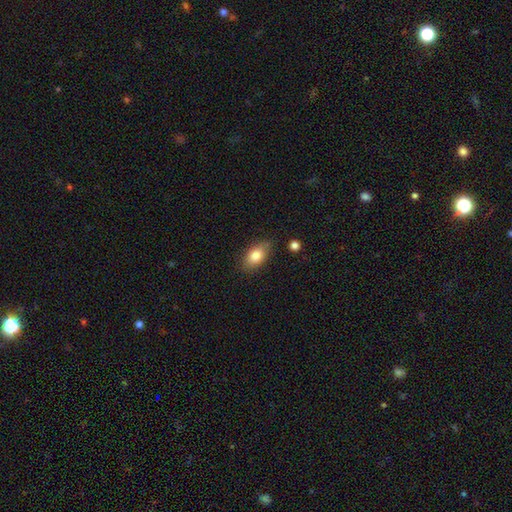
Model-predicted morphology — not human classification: This appears to be a smooth galaxy with no disk features (81%) that is in between round and cigar-shaped (87%). Merging: none (77%).